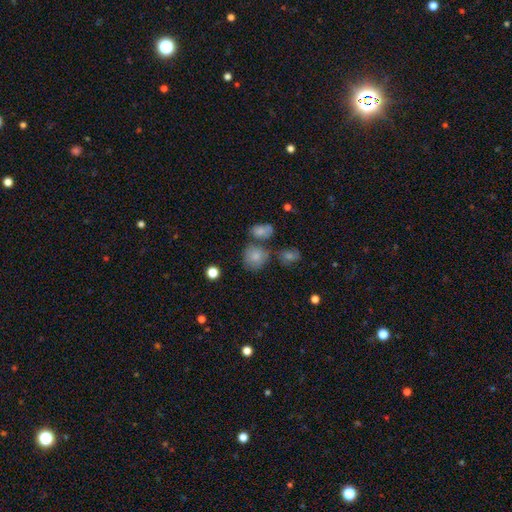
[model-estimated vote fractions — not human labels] Smooth or featured? Predicted: smooth (p=0.79). How rounded? Predicted: round (p=0.78). Merging? Predicted: none (p=0.58).